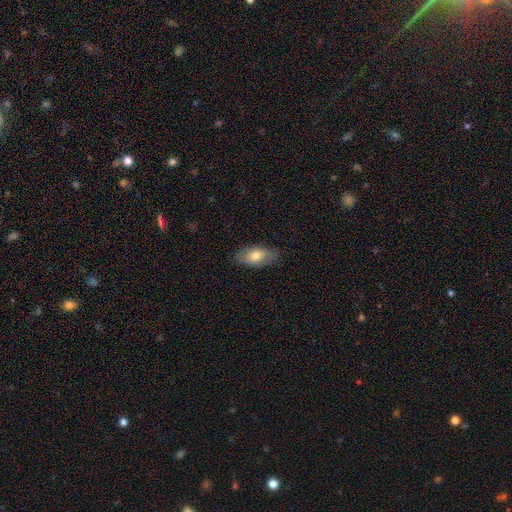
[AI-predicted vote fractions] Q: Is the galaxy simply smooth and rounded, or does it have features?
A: smooth — 72%.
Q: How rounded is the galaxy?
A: in between — 91%.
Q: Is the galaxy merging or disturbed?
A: none — 82%.